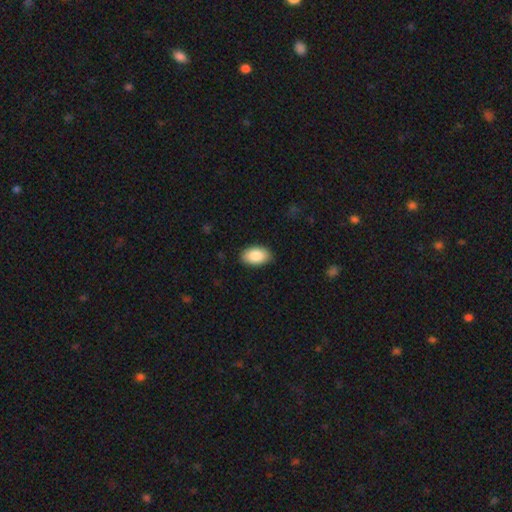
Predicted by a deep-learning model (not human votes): Smooth or featured? smooth (87%)
How rounded? in between (93%)
Merging? none (88%)